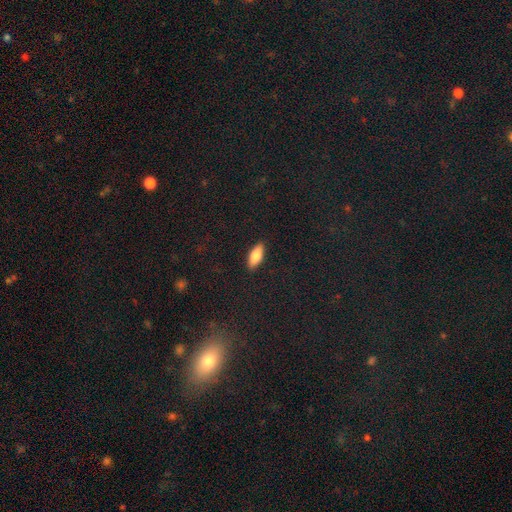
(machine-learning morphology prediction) This is likely a smooth galaxy (76%). How rounded: likely in between (74%). Merging: clearly none (90%).